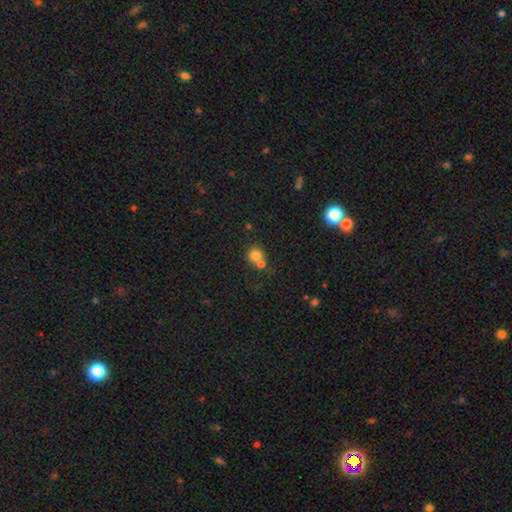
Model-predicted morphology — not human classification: Smooth or featured? Predicted: smooth (p=0.78). How rounded? Predicted: round (p=0.87). Merging? Predicted: none (p=0.45).